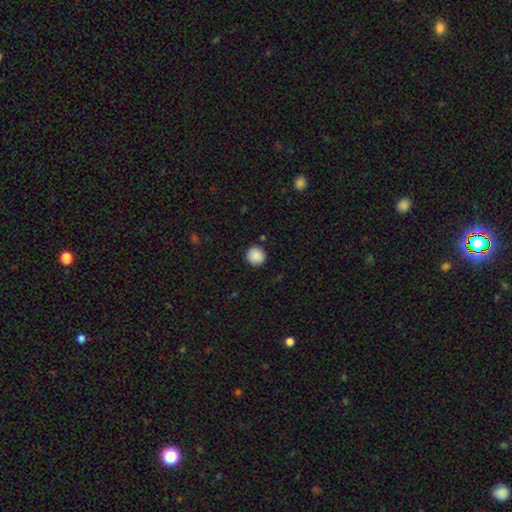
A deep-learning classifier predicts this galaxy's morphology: type=smooth (89%); roundness=round (93%); merging=none (90%).